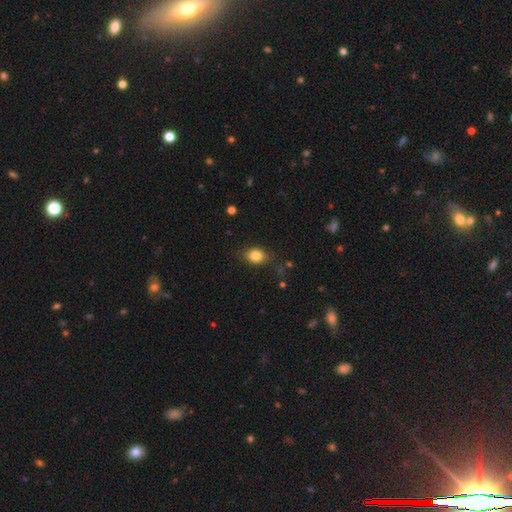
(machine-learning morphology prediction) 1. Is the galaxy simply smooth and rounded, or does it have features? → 83% smooth, 9% star or artifact, 7% featured or disk.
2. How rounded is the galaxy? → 62% in between, 36% round, 1% cigar-shaped.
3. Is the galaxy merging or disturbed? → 79% none, 16% minor disturbance, 4% major disturbance, 2% merger.